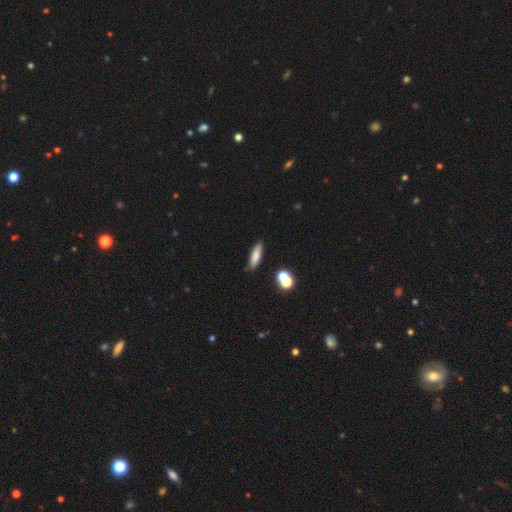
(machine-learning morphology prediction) smooth_or_featured: smooth (p=0.77) [alt: featured or disk p=0.13]
how_rounded: cigar-shaped (p=0.61) [alt: in between p=0.36]
merging: none (p=0.83) [alt: minor disturbance p=0.10]